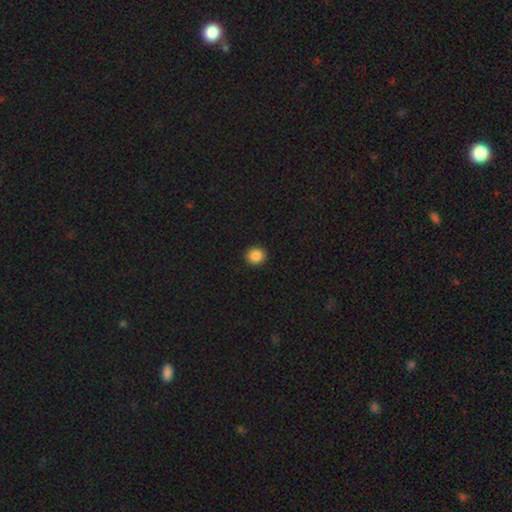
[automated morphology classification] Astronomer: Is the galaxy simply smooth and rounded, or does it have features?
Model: smooth — 87%.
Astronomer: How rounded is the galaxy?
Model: round — 92%.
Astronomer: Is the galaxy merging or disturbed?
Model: none — 93%.